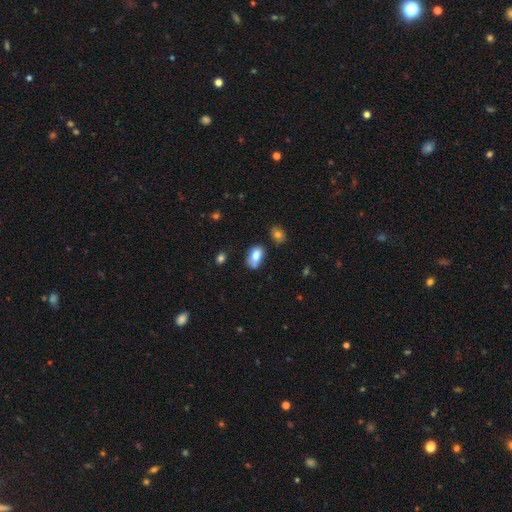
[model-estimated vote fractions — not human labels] smooth 79%, featured or disk 13%, star or artifact 8%. Down the decision tree: how rounded — in between (90%); merging — none (51%).